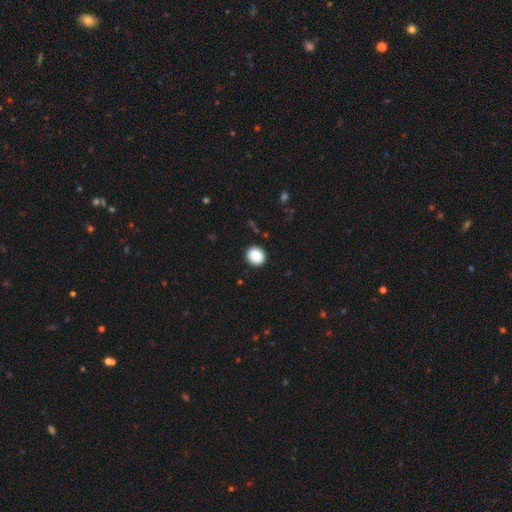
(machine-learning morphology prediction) type=smooth (88%); roundness=round (80%); merging=none (91%).